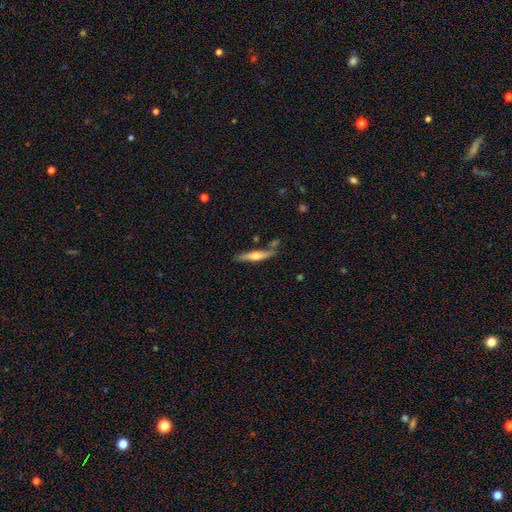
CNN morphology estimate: A featured or disk galaxy (49%).

Vote fractions:
- Smooth or featured? featured or disk: 49% / smooth: 45% / star or artifact: 6%
- Merging? none: 73% / minor disturbance: 15% / merger: 8% / major disturbance: 3%